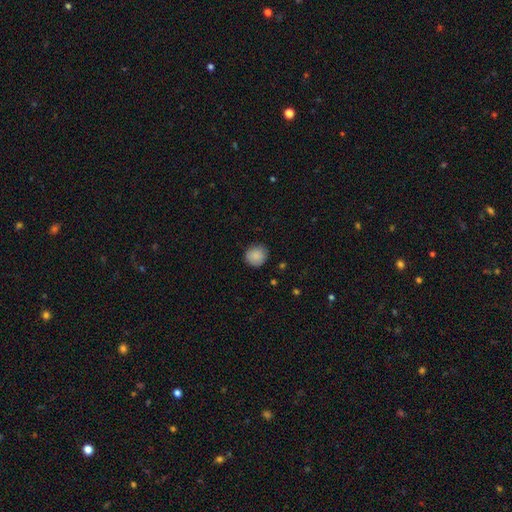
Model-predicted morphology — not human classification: smooth-or-featured: smooth: 87% | star or artifact: 8% | featured or disk: 4%
  how-rounded: round: 90% | in between: 9% | cigar-shaped: 1%
  merging: none: 88% | minor disturbance: 9% | major disturbance: 2% | merger: 1%